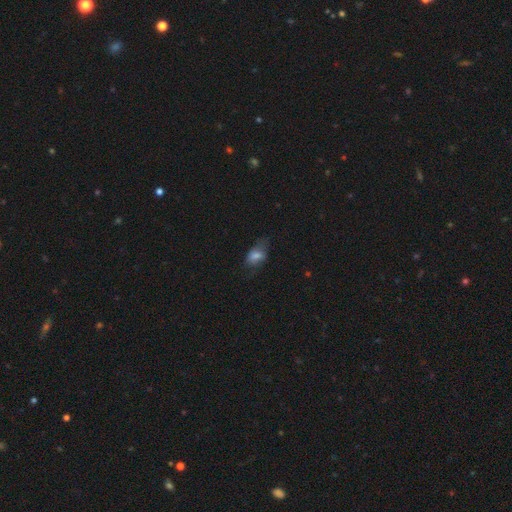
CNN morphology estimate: Smooth or featured? smooth (68%)
How rounded? in between (83%)
Merging? none (47%)